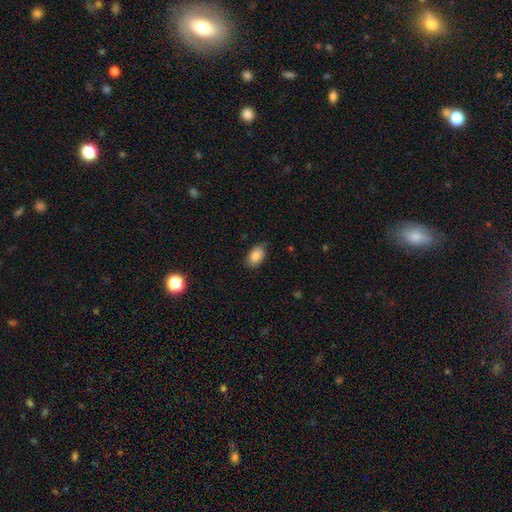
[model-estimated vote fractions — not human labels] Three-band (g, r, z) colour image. It shows a smooth galaxy with no disk features (87%) that is in between round and cigar-shaped (87%). Merging: none (79%).